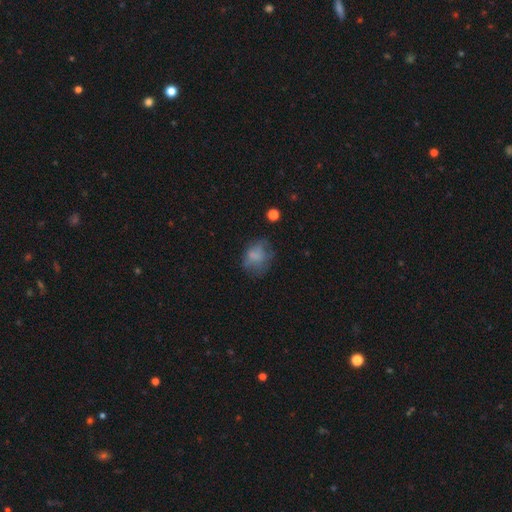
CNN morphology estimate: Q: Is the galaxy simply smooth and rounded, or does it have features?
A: smooth — 65%.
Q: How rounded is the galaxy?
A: in between — 52%.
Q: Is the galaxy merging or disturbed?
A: none — 49%.